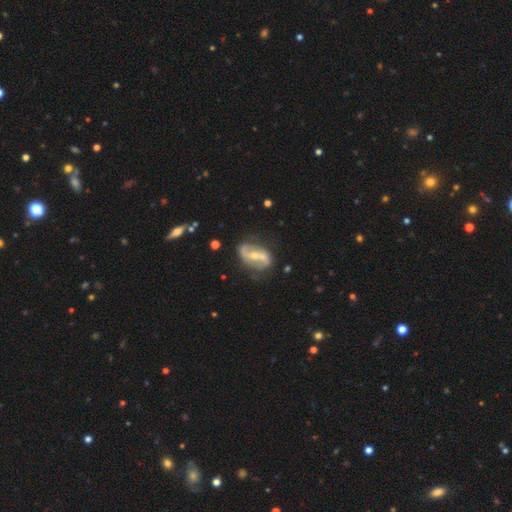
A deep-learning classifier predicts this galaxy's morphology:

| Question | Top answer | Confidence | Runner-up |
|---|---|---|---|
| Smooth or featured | featured or disk | 84% | smooth (11%) |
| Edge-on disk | no | 95% | yes (5%) |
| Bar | strong | 44% | weak (32%) |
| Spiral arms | yes | 90% | no (10%) |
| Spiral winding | loose | 57% | medium (31%) |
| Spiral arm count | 2 | 90% | can't tell (5%) |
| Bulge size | moderate | 50% | small (45%) |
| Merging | none | 74% | minor disturbance (17%) |